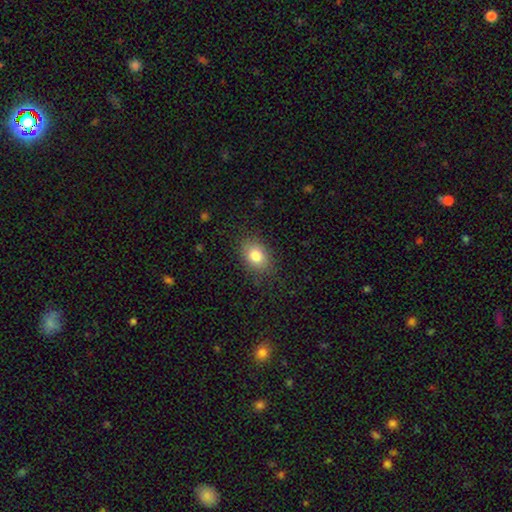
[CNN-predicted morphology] A smooth galaxy with no disk features (81%) that is in between round and cigar-shaped (72%). Merging: none (82%).